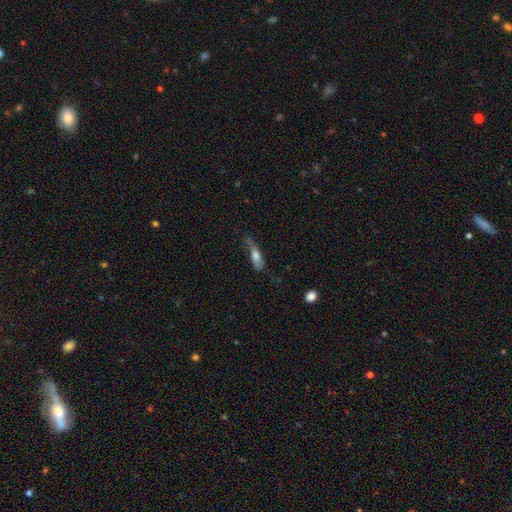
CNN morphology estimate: smooth-or-featured: smooth: 63% | featured or disk: 30% | star or artifact: 7%
  how-rounded: cigar-shaped: 52% | in between: 45% | round: 3%
  merging: none: 43% | minor disturbance: 35% | major disturbance: 20% | merger: 3%